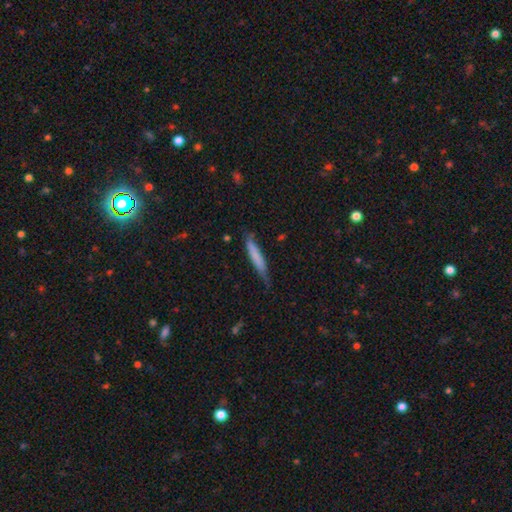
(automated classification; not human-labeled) Overall: smooth (71%). How rounded: cigar-shaped (92%). Merging: none (65%; minor disturbance 28%).